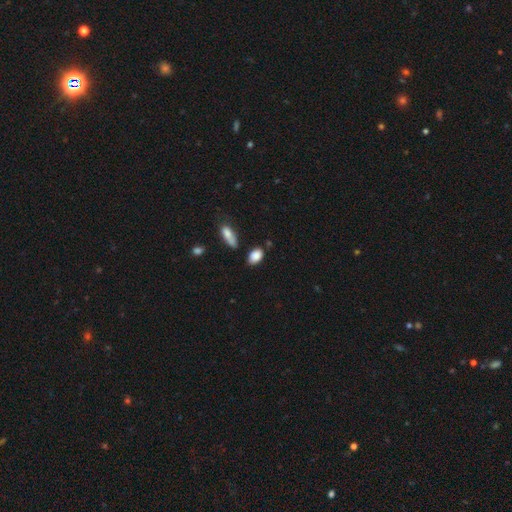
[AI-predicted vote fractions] This appears to be a smooth galaxy with no disk features (86%) that is in between round and cigar-shaped (86%). Merging: none (65%).